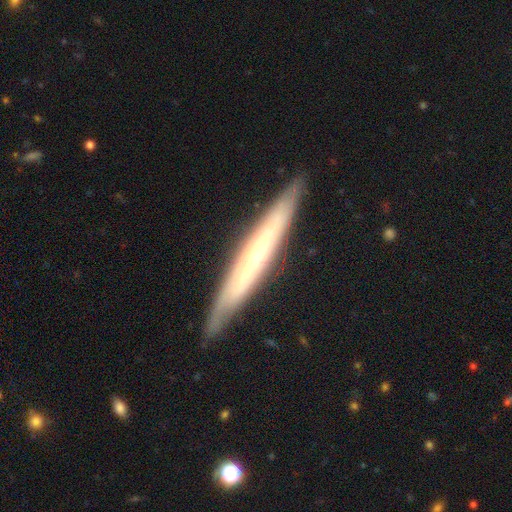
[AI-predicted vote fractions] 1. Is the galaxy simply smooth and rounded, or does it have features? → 60% featured or disk, 34% smooth, 6% star or artifact.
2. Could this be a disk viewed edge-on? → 85% yes, 15% no.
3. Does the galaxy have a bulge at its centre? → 66% none, 28% rounded, 6% boxy.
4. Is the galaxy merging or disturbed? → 87% none, 10% minor disturbance, 2% major disturbance, 1% merger.